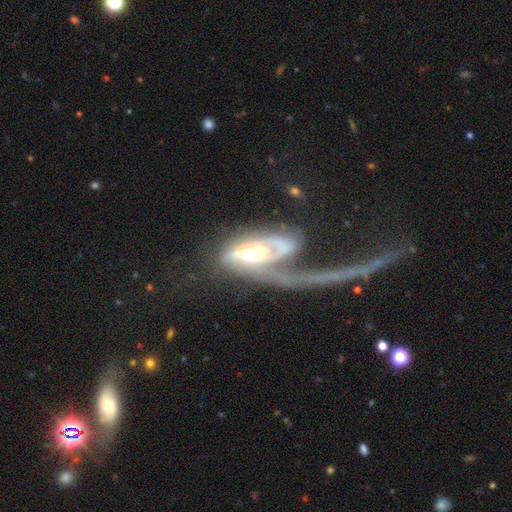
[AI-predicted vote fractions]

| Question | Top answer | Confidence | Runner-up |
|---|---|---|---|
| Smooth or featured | featured or disk | 75% | smooth (17%) |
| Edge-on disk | no | 87% | yes (13%) |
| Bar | no | 50% | weak (29%) |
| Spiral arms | yes | 70% | no (30%) |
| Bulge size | moderate | 57% | small (26%) |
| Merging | major disturbance | 50% | merger (27%) |